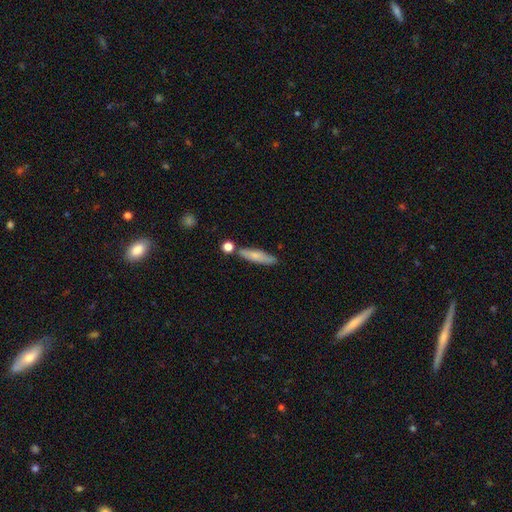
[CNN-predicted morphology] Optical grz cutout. It shows a smooth galaxy with no disk features (67%) that is cigar-shaped (75%). Merging: none (69%).